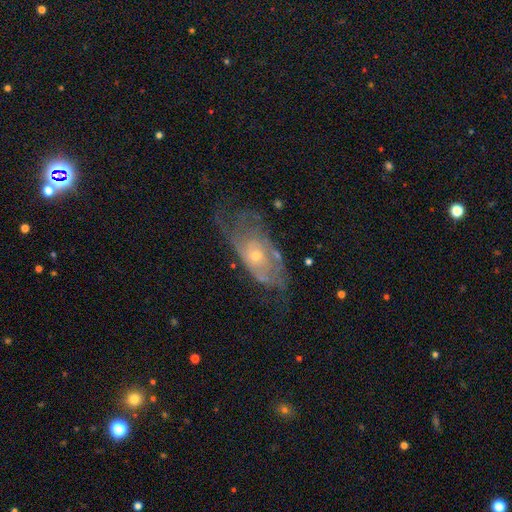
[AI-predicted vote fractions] Smooth or featured?
  - featured or disk: 73% *
  - smooth: 19%
  - star or artifact: 7%
Edge-on disk?
  - no: 91% *
  - yes: 9%
Bar?
  - no: 80% *
  - weak: 17%
  - strong: 3%
Spiral arms?
  - yes: 73% *
  - no: 27%
Bulge size?
  - small: 59% *
  - moderate: 37%
  - large: 2%
  - none: 1%
  - dominant: 1%
Merging?
  - none: 49% *
  - minor disturbance: 26%
  - major disturbance: 23%
  - merger: 2%